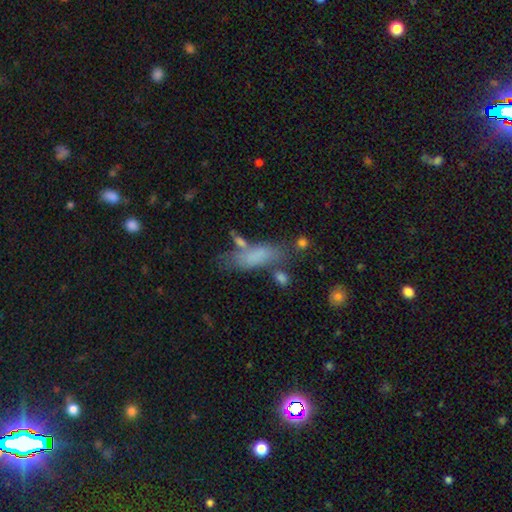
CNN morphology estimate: The model was most divided on "how rounded": in between: 59%, cigar-shaped: 38%, round: 3%. More confident: smooth or featured — smooth (74%); merging — none (50%).